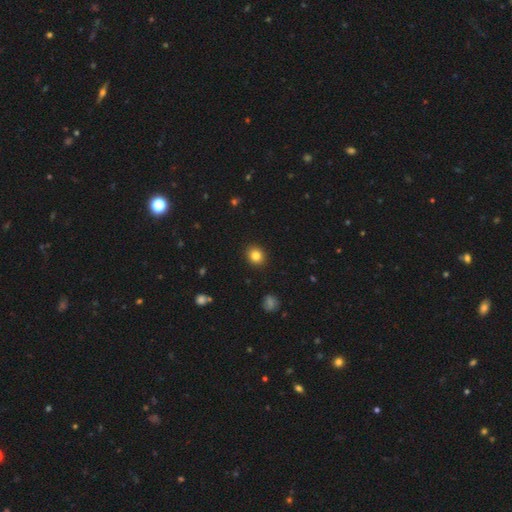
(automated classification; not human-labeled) Q: Smooth or featured?
A: smooth (83%); runner-up: star or artifact (11%)
Q: How rounded?
A: round (76%); runner-up: in between (23%)
Q: Merging?
A: none (91%); runner-up: minor disturbance (6%)